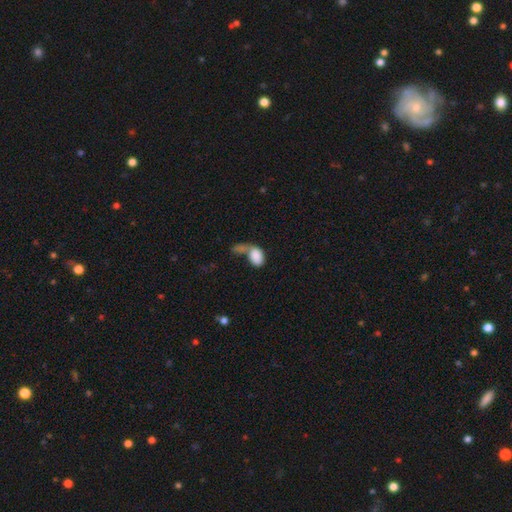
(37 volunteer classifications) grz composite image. It shows a smooth galaxy with no disk features (97%) that is in between round and cigar-shaped (83%). Merging: none (42%).